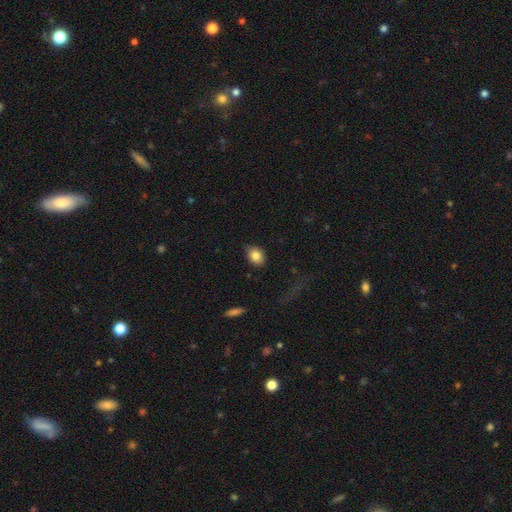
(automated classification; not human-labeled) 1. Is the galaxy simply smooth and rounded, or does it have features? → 83% smooth, 9% star or artifact, 9% featured or disk.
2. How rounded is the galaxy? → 65% in between, 33% round, 1% cigar-shaped.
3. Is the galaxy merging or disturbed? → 76% none, 19% minor disturbance, 4% major disturbance, 1% merger.